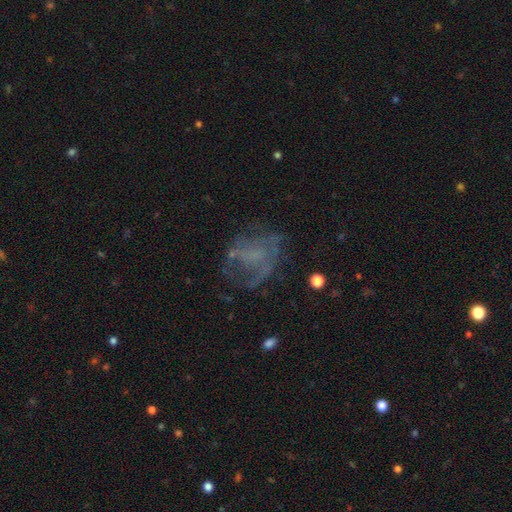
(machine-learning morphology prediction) Smooth or featured?
  - featured or disk: 57% *
  - smooth: 26%
  - star or artifact: 18%
Edge-on disk?
  - no: 97% *
  - yes: 3%
Bar?
  - no: 75% *
  - weak: 20%
  - strong: 5%
Spiral arms?
  - no: 55% *
  - yes: 45%
Bulge size?
  - none: 67% *
  - small: 19%
  - moderate: 10%
  - large: 3%
  - dominant: 1%
Merging?
  - none: 48% *
  - major disturbance: 30%
  - minor disturbance: 19%
  - merger: 3%